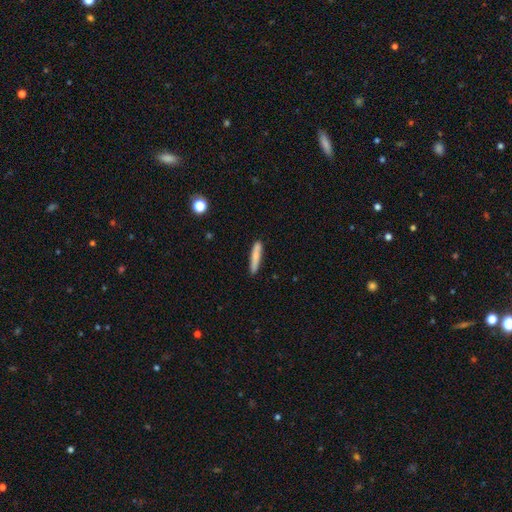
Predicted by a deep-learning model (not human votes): smooth 77%, featured or disk 17%, star or artifact 6%. Down the decision tree: how rounded — cigar-shaped (91%); merging — none (82%).